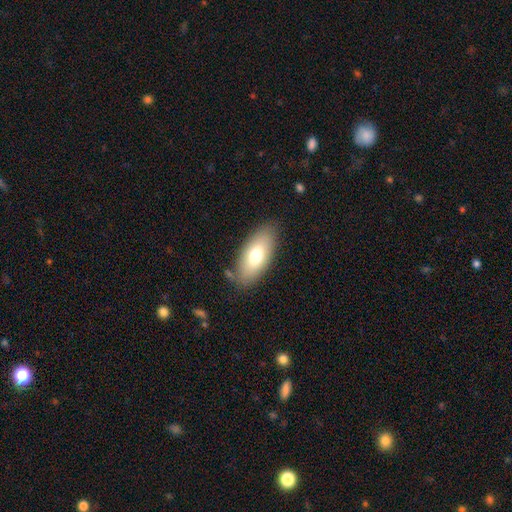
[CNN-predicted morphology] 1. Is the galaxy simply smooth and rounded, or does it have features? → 72% smooth, 21% featured or disk, 7% star or artifact.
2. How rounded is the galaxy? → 88% in between, 9% cigar-shaped, 3% round.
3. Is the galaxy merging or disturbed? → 78% none, 15% minor disturbance, 4% major disturbance, 3% merger.